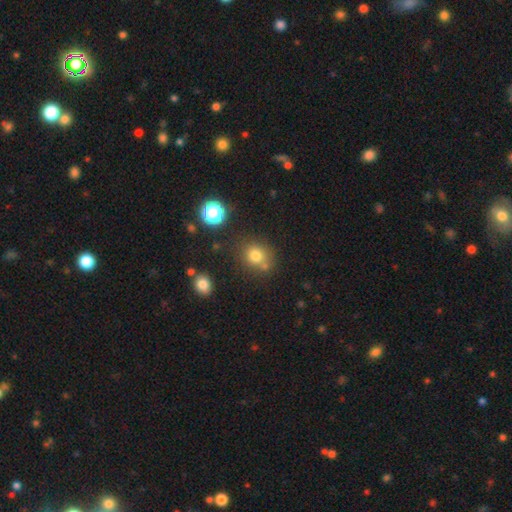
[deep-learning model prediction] Smooth or featured: smooth — 76% (star or artifact — 16%)
How rounded: round — 76% (in between — 23%)
Merging: none — 67% (merger — 15%)